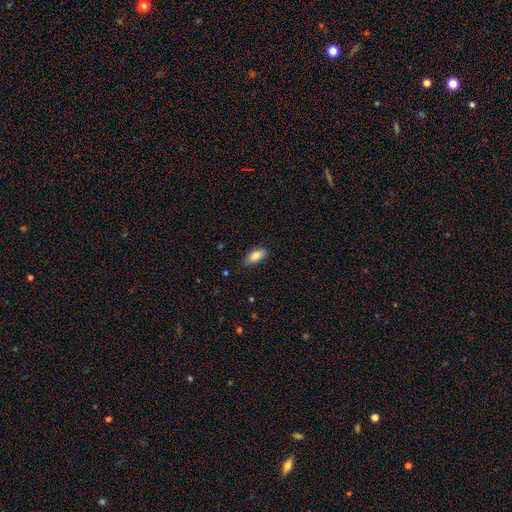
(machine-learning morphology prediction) Smooth or featured?
  - smooth: 85% *
  - featured or disk: 8%
  - star or artifact: 7%
How rounded?
  - in between: 87% *
  - cigar-shaped: 11%
  - round: 2%
Merging?
  - none: 81% *
  - minor disturbance: 16%
  - major disturbance: 3%
  - merger: 1%